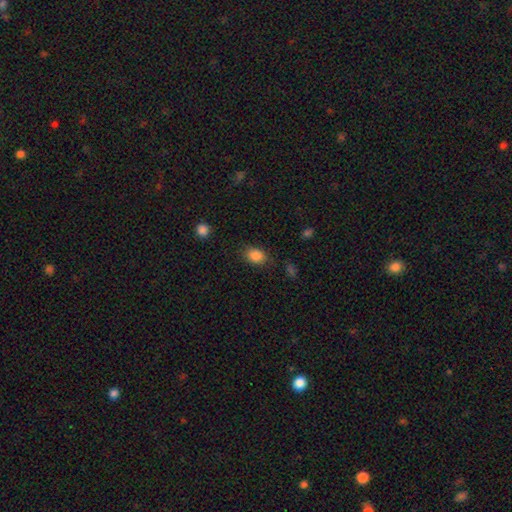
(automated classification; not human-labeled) A smooth galaxy with no disk features (86%) that is in between round and cigar-shaped (70%). Merging: none (81%).